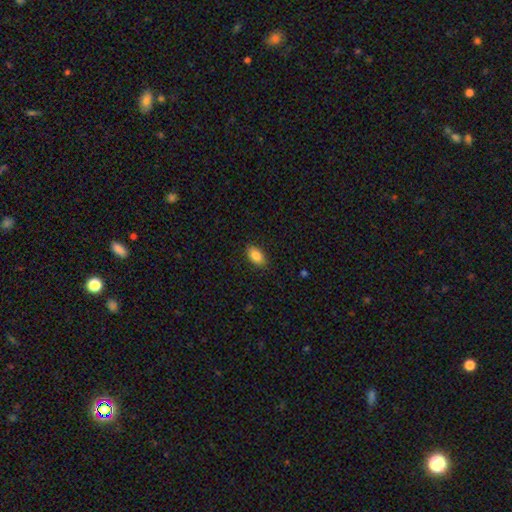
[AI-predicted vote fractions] This is clearly a smooth galaxy (87%). How rounded: clearly in between (91%). Merging: clearly none (85%).